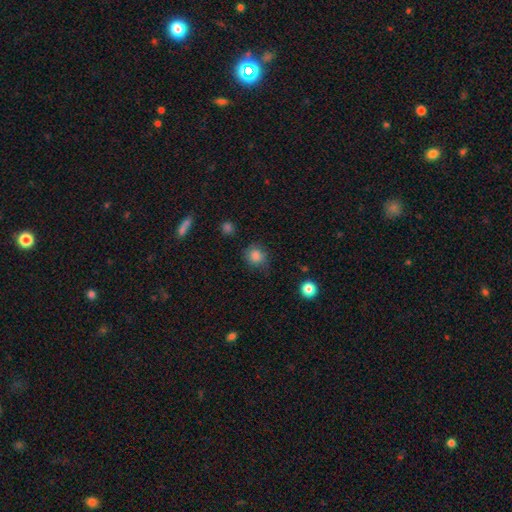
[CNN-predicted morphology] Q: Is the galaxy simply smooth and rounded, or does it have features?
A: smooth — 84%.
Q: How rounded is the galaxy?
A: round — 83%.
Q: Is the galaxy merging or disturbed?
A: none — 76%.